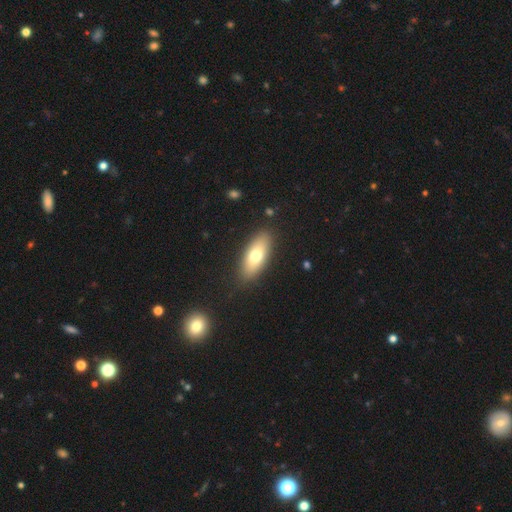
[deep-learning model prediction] smooth 71%, featured or disk 22%, star or artifact 6%. Down the decision tree: how rounded — in between (80%); merging — none (87%).